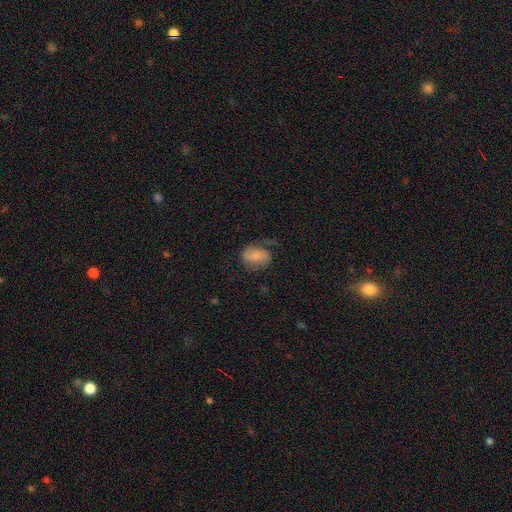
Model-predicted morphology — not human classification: type=smooth (48%); merging=none (49%).